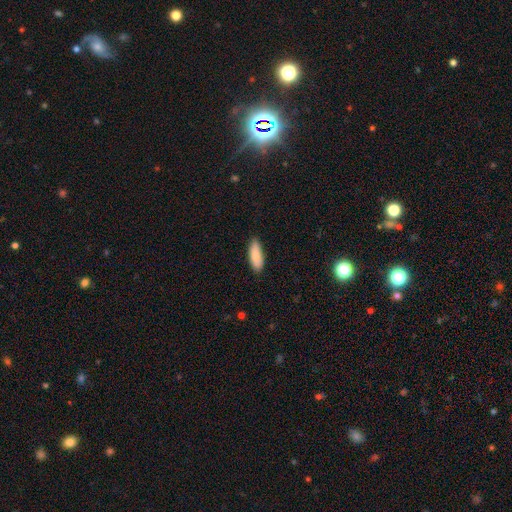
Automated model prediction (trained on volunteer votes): Overall: smooth (85%). How rounded: in between (69%; cigar-shaped 29%). Merging: none (85%).